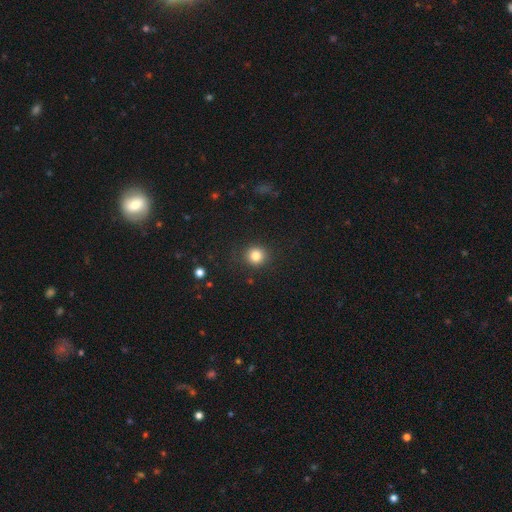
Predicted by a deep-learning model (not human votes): The model was most divided on "smooth or featured": smooth: 83%, star or artifact: 11%, featured or disk: 6%. More confident: how rounded — round (90%); merging — none (88%).